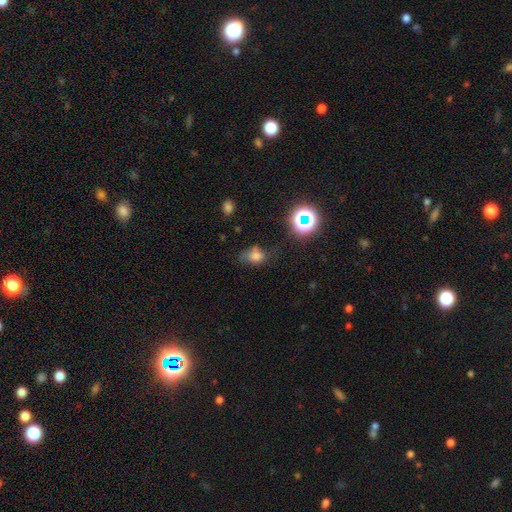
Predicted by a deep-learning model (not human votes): smooth_or_featured: smooth (p=0.69) [alt: star or artifact p=0.19]
how_rounded: in between (p=0.60) [alt: round p=0.38]
merging: none (p=0.45) [alt: minor disturbance p=0.31]